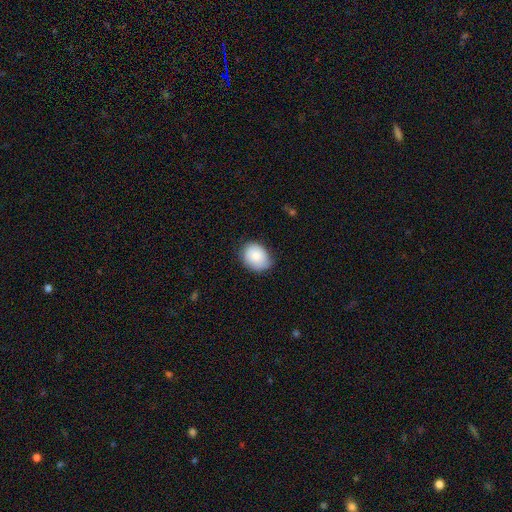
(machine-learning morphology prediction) Smooth or featured?
  - smooth: 85% *
  - featured or disk: 8%
  - star or artifact: 7%
How rounded?
  - in between: 58% *
  - round: 41%
  - cigar-shaped: 1%
Merging?
  - none: 70% *
  - minor disturbance: 25%
  - major disturbance: 4%
  - merger: 1%